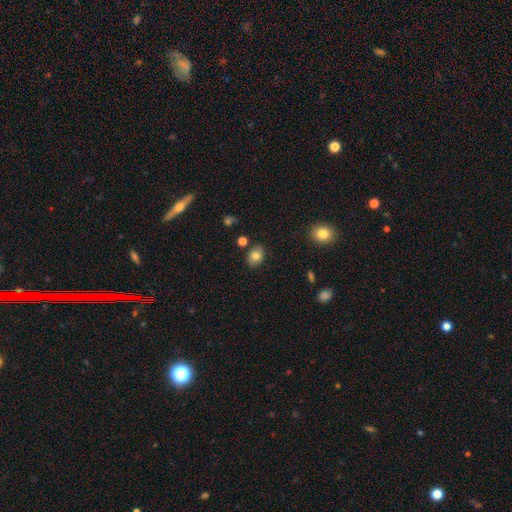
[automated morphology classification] Smooth or featured? Predicted: smooth (p=0.79). How rounded? Predicted: in between (p=0.64). Merging? Predicted: none (p=0.84).